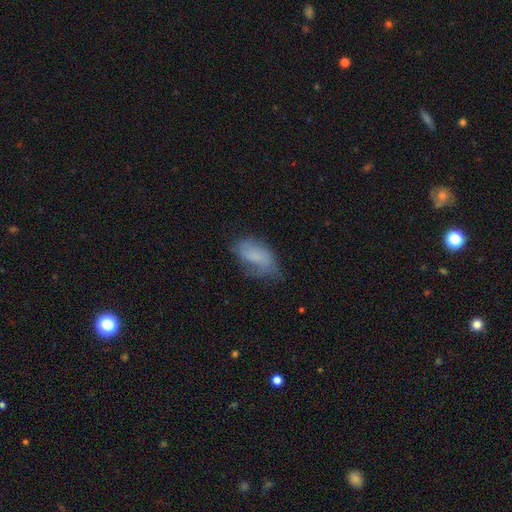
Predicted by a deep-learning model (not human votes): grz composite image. It shows a smooth galaxy with no disk features (67%) that is in between round and cigar-shaped (92%). Merging: none (44%).